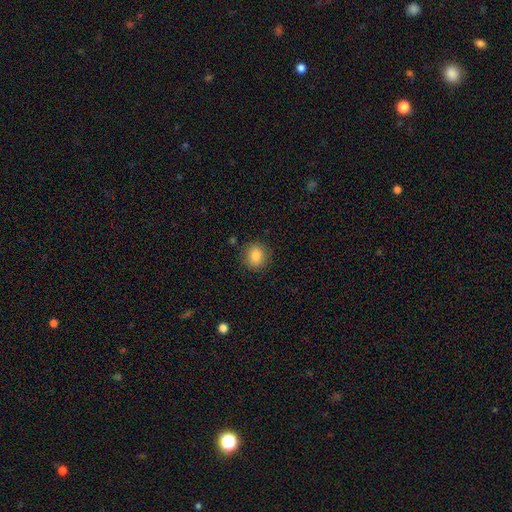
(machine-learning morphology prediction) This is clearly a smooth galaxy (85%). How rounded: likely round (76%). Merging: clearly none (87%).